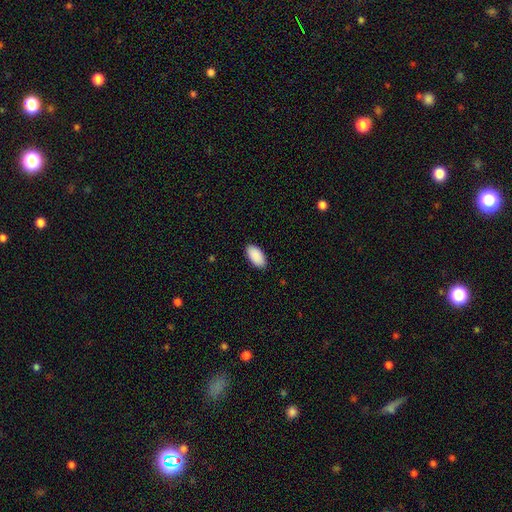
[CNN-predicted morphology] smooth-or-featured: smooth: 92% | star or artifact: 6% | featured or disk: 3%
  how-rounded: in between: 96% | cigar-shaped: 2% | round: 2%
  merging: none: 90% | minor disturbance: 8% | major disturbance: 2% | merger: 1%